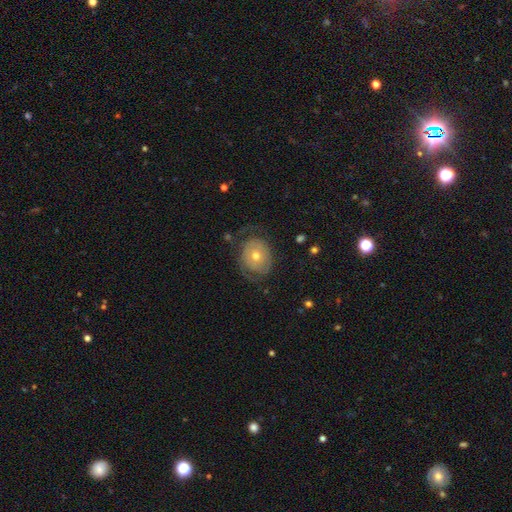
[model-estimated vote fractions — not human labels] This appears to be a featured or disk galaxy (52%). Merging: none (55%).